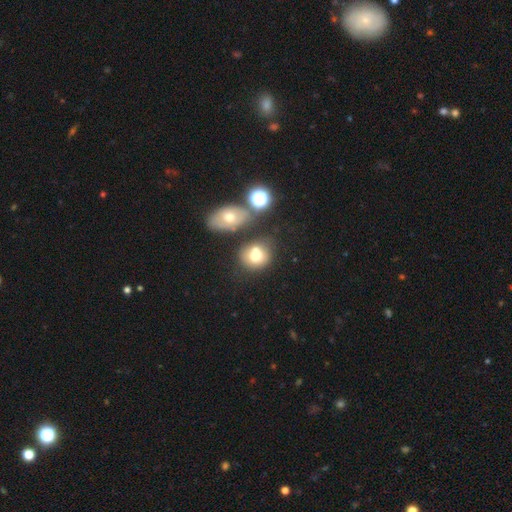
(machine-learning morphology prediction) A smooth galaxy with no disk features (69%) that is round (65%).

Vote fractions:
- Smooth or featured? smooth: 69% / featured or disk: 17% / star or artifact: 13%
- How rounded? round: 65% / in between: 34% / cigar-shaped: 1%
- Merging? none: 48% / merger: 33% / minor disturbance: 13% / major disturbance: 6%